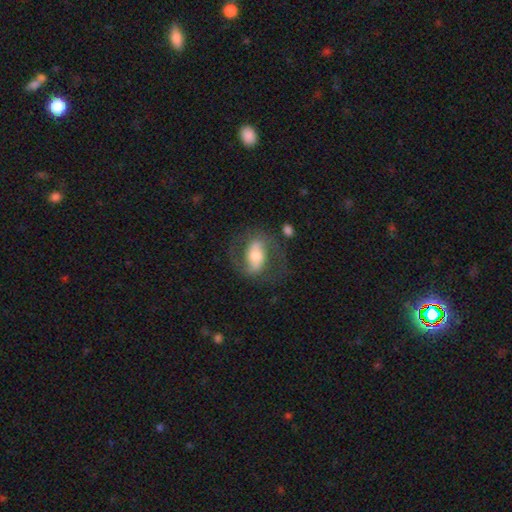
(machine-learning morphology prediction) Smooth or featured: featured or disk — 67% (smooth — 27%)
Edge-on disk: no — 93% (yes — 7%)
Bar: strong — 44% (weak — 32%)
Spiral arms: yes — 78% (no — 22%)
Bulge size: moderate — 63% (large — 20%)
Merging: none — 65% (minor disturbance — 17%)